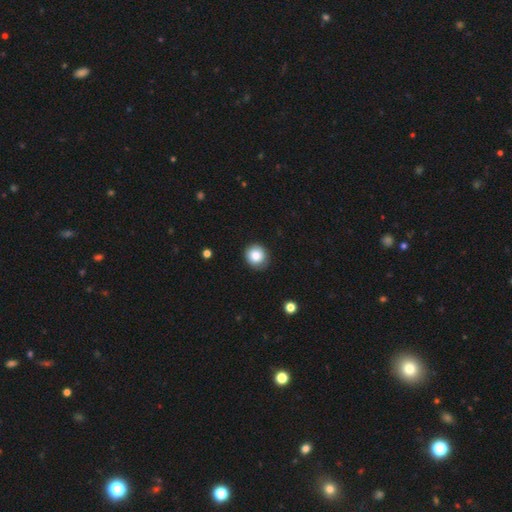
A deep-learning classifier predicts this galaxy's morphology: This is clearly a smooth galaxy (83%). How rounded: clearly round (87%). Merging: clearly none (83%).